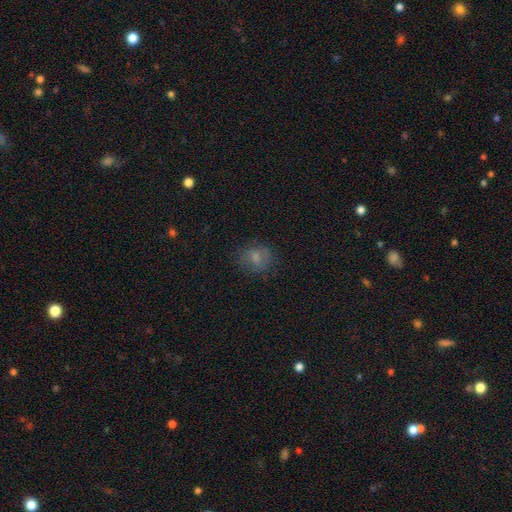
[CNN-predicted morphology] smooth 68%, featured or disk 16%, star or artifact 16%. Down the decision tree: how rounded — round (61%); merging — none (74%).